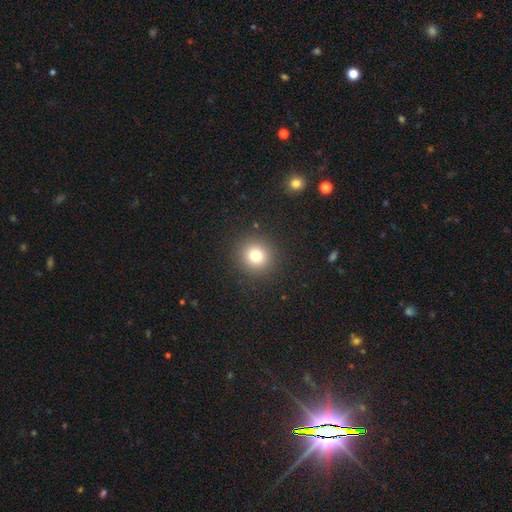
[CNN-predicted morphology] Overall: smooth (78%). How rounded: round (93%). Merging: none (91%).